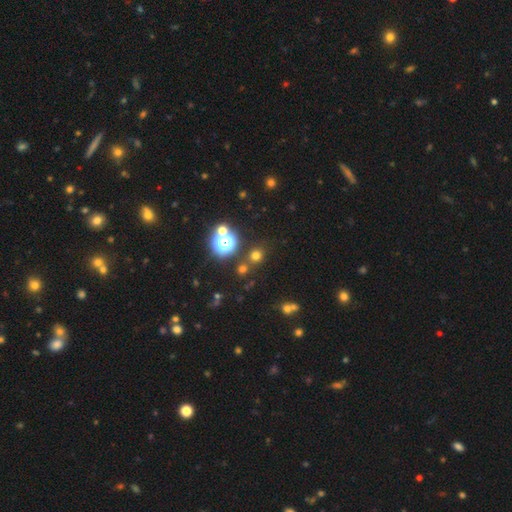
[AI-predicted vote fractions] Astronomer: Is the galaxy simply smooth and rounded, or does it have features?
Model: smooth — 65%.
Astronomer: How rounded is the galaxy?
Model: round — 88%.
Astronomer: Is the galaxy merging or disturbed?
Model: none — 81%.